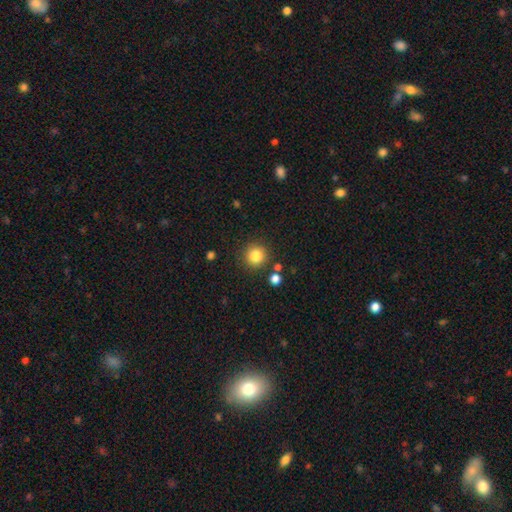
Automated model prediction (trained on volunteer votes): smooth 83%, star or artifact 11%, featured or disk 5%. Down the decision tree: how rounded — round (94%); merging — none (86%).